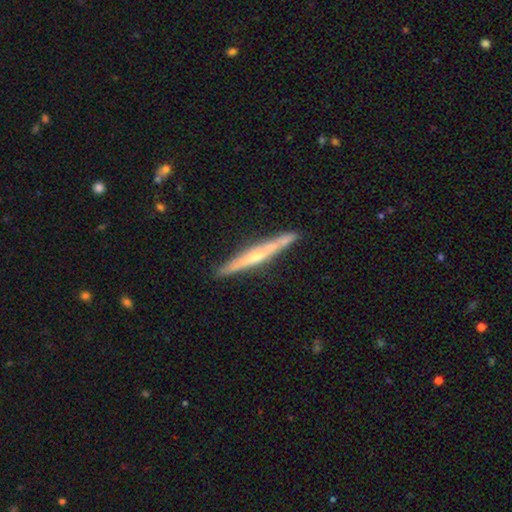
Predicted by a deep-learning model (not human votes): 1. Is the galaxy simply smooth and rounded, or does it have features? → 68% featured or disk, 26% smooth, 6% star or artifact.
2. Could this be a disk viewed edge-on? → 96% yes, 4% no.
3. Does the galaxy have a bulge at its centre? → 65% rounded, 28% none, 6% boxy.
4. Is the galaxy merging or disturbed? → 84% none, 11% minor disturbance, 3% merger, 2% major disturbance.